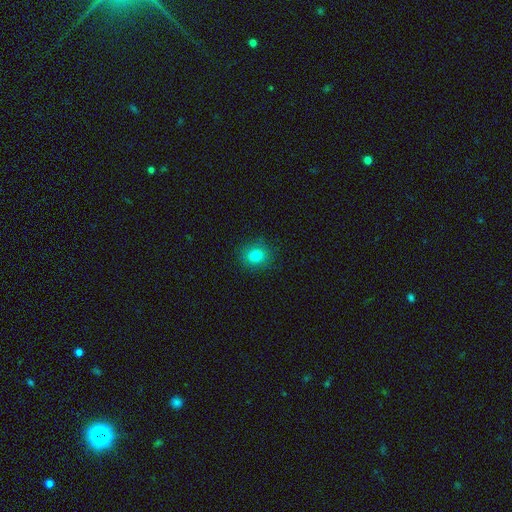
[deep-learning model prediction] Overall: smooth (80%). How rounded: round (79%). Merging: none (88%).